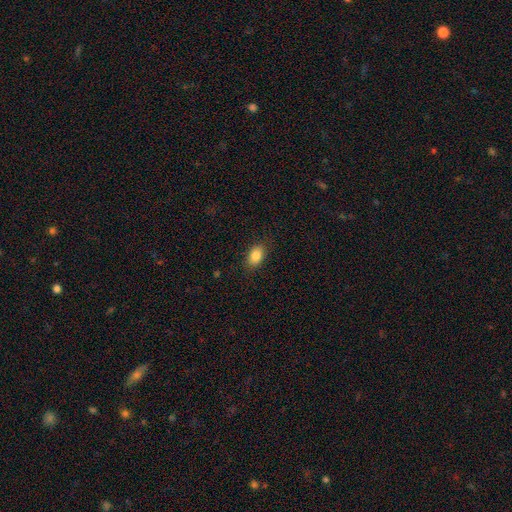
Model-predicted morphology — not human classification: A smooth galaxy with no disk features (85%) that is in between round and cigar-shaped (86%). Merging: none (87%).